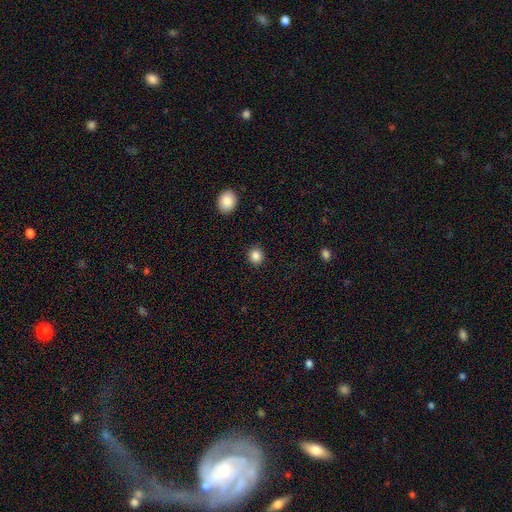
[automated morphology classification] Smooth or featured? Predicted: smooth (p=0.86). How rounded? Predicted: round (p=0.80). Merging? Predicted: none (p=0.90).